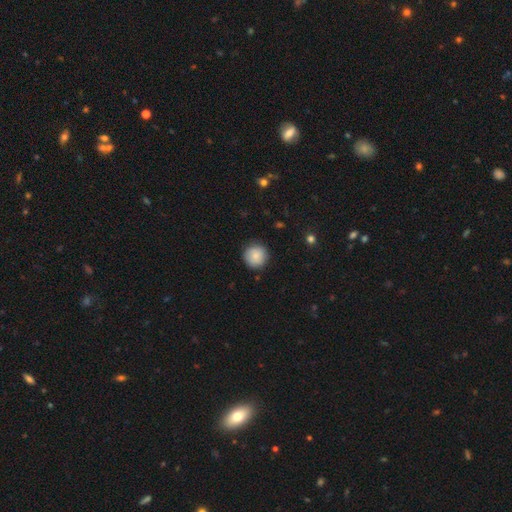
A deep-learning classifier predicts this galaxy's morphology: The model was most divided on "smooth or featured": smooth: 84%, featured or disk: 8%, star or artifact: 8%. More confident: how rounded — round (94%); merging — none (86%).